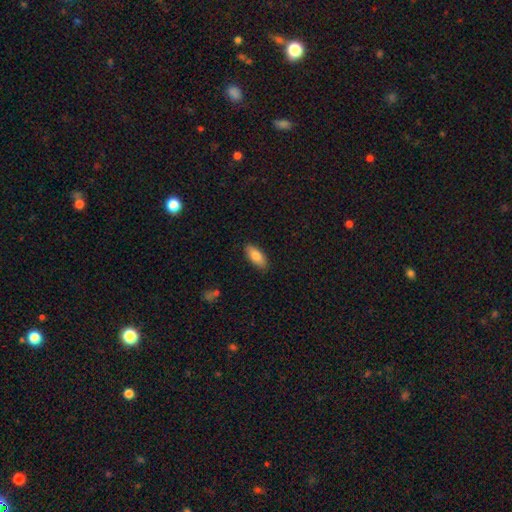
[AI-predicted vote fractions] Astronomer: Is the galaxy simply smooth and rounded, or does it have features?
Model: smooth — 84%.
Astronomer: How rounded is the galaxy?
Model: in between — 86%.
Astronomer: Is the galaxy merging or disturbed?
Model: none — 87%.